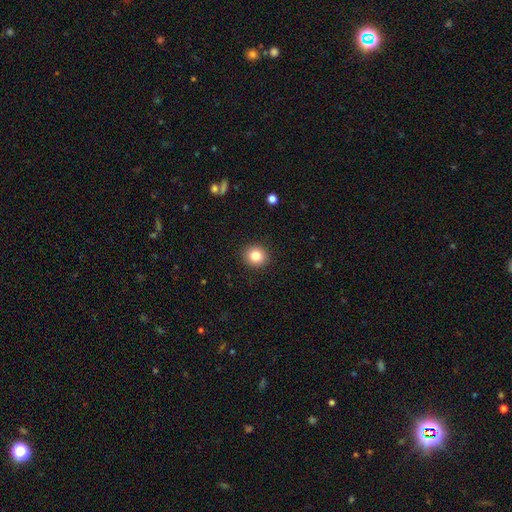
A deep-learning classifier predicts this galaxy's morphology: A smooth galaxy with no disk features (83%) that is round (84%).

Vote fractions:
- Smooth or featured? smooth: 83% / star or artifact: 10% / featured or disk: 7%
- How rounded? round: 84% / in between: 16% / cigar-shaped: 1%
- Merging? none: 91% / minor disturbance: 6% / major disturbance: 2% / merger: 1%